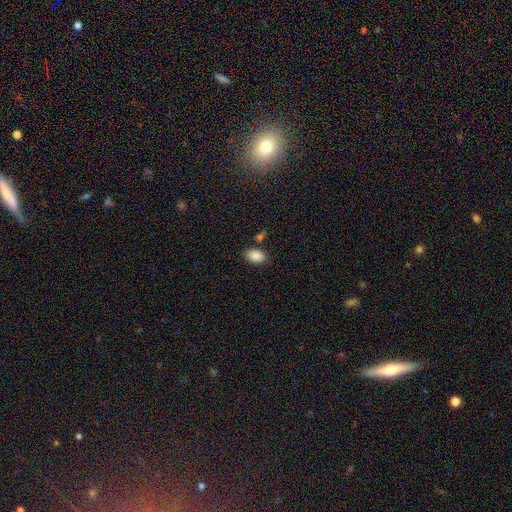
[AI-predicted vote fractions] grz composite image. It shows a smooth galaxy with no disk features (88%) that is in between round and cigar-shaped (89%). Merging: none (79%).